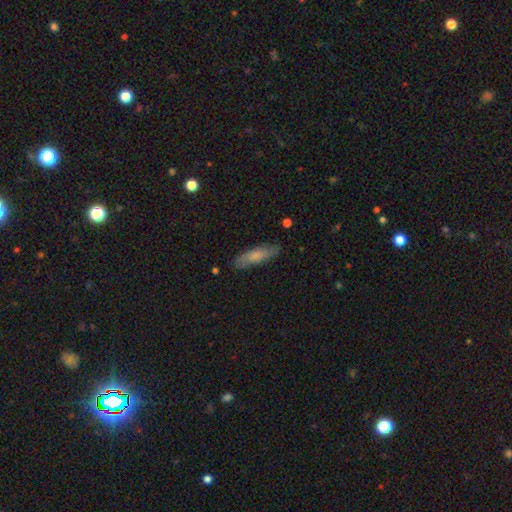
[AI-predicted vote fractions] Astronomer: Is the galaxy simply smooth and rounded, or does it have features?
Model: smooth — 72%.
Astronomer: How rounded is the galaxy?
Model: cigar-shaped — 62%.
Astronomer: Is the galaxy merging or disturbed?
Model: none — 84%.